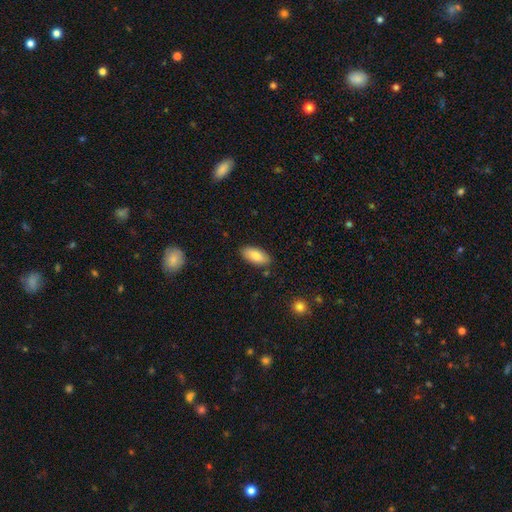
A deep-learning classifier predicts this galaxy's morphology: A smooth galaxy with no disk features (84%) that is in between round and cigar-shaped (88%).

Vote fractions:
- Smooth or featured? smooth: 84% / featured or disk: 10% / star or artifact: 6%
- How rounded? in between: 88% / cigar-shaped: 10% / round: 2%
- Merging? none: 86% / minor disturbance: 10% / major disturbance: 2% / merger: 2%